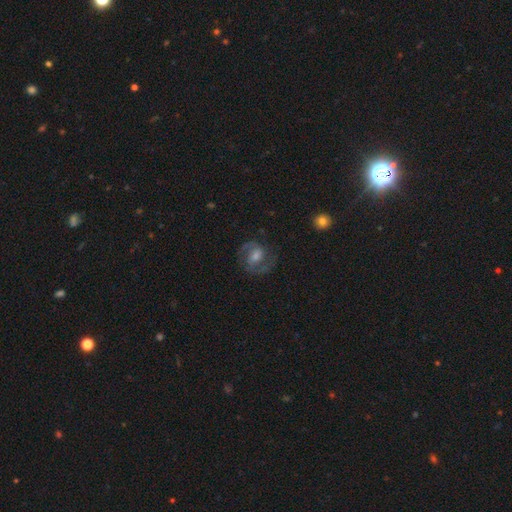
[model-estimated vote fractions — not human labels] This is likely a featured or disk galaxy (77%). It is clearly not viewed edge-on (97%). Bar: possibly weak (48%). Spiral arm pattern: clearly yes (93%). Spiral arm count: clearly 2 (89%). Spiral winding: possibly medium (57%). Central bulge: possibly moderate (47%). Merging: likely none (73%).